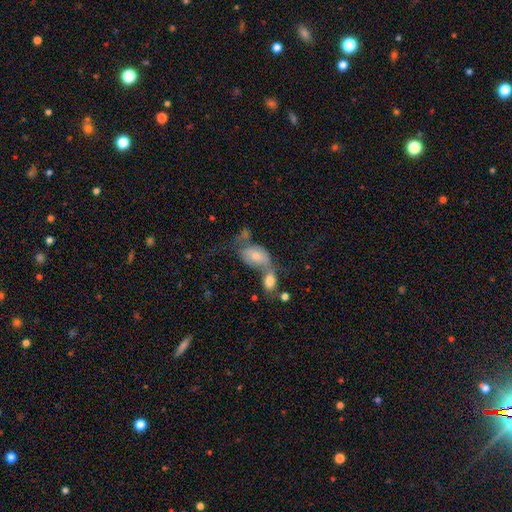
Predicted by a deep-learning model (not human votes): Morphology: type=smooth (62%); roundness=in between (88%); merging=merger (58%).